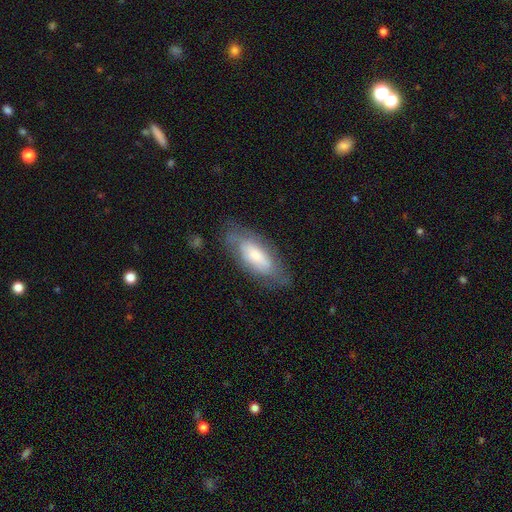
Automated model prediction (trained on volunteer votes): Smooth or featured? Predicted: smooth (p=0.50). Merging? Predicted: none (p=0.66).